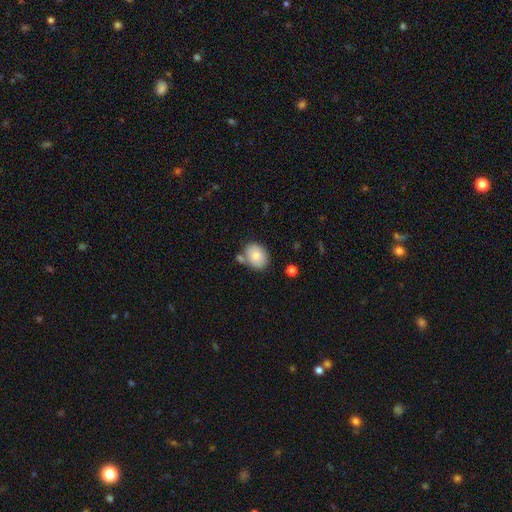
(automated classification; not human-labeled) A smooth galaxy with no disk features (82%) that is in between round and cigar-shaped (54%). Merging: none (67%).